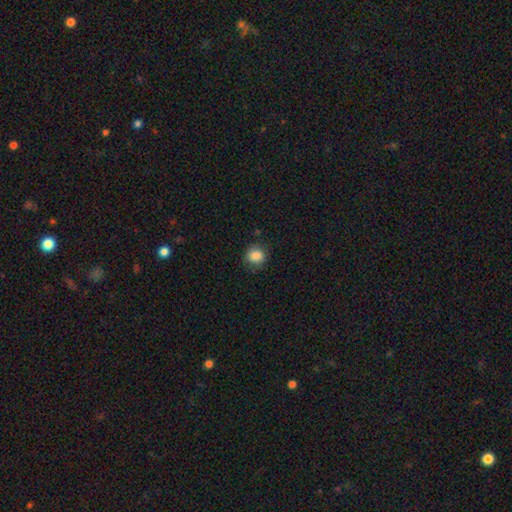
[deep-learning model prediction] Q: Smooth or featured?
A: smooth (86%); runner-up: star or artifact (10%)
Q: How rounded?
A: round (80%); runner-up: in between (19%)
Q: Merging?
A: none (81%); runner-up: minor disturbance (14%)